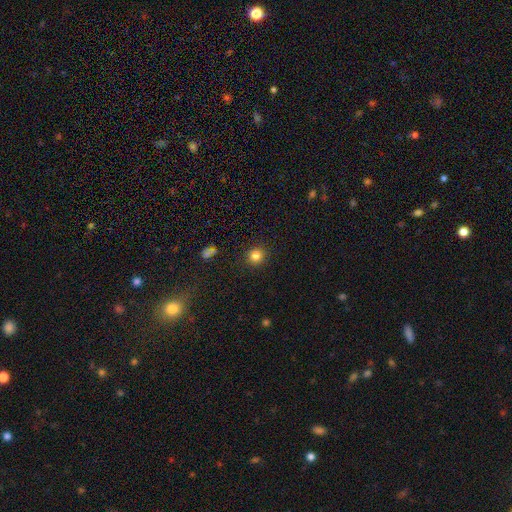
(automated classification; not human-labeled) The model was most divided on "smooth or featured": smooth: 81%, star or artifact: 13%, featured or disk: 6%. More confident: how rounded — round (91%); merging — none (91%).